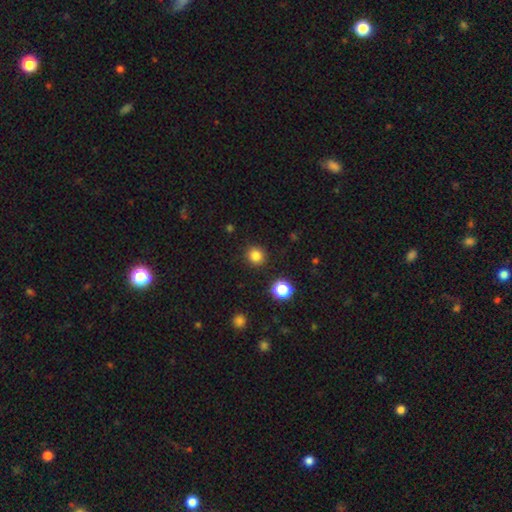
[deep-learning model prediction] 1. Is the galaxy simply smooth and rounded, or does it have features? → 83% smooth, 13% star or artifact, 4% featured or disk.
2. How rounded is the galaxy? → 92% round, 7% in between, 1% cigar-shaped.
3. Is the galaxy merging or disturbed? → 90% none, 6% minor disturbance, 2% major disturbance, 2% merger.